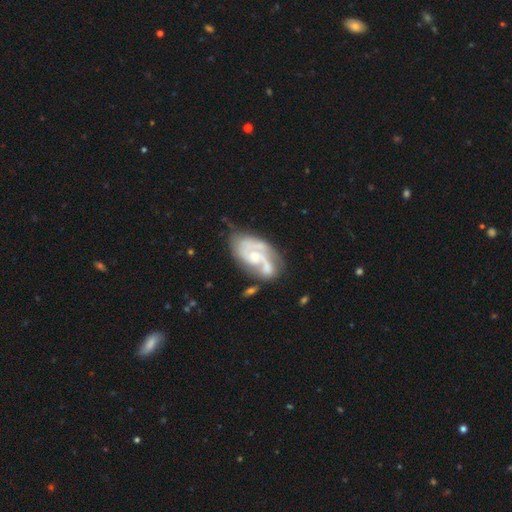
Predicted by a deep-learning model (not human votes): Q: Smooth or featured?
A: featured or disk (83%); runner-up: smooth (12%)
Q: Edge-on disk?
A: no (97%); runner-up: yes (3%)
Q: Bar?
A: no (63%); runner-up: weak (30%)
Q: Spiral arms?
A: yes (92%); runner-up: no (8%)
Q: Spiral winding?
A: medium (43%); runner-up: tight (39%)
Q: Spiral arm count?
A: 2 (57%); runner-up: can't tell (16%)
Q: Bulge size?
A: small (47%); runner-up: moderate (44%)
Q: Merging?
A: none (42%); runner-up: minor disturbance (23%)